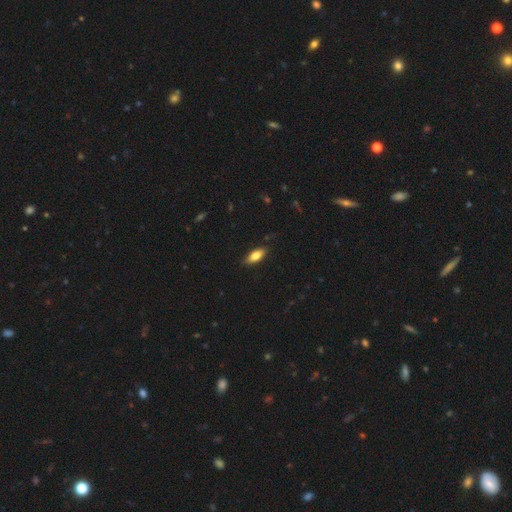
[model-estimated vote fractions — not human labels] This is likely a smooth galaxy (77%). How rounded: likely in between (76%). Merging: clearly none (83%).